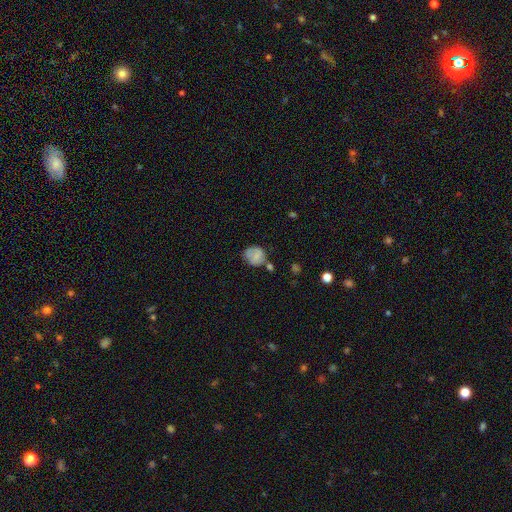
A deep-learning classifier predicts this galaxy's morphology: Smooth or featured: smooth — 66% (featured or disk — 25%)
How rounded: round — 70% (in between — 29%)
Merging: none — 57% (minor disturbance — 23%)